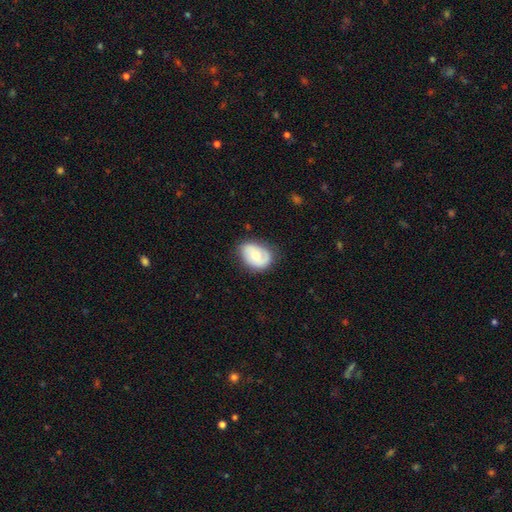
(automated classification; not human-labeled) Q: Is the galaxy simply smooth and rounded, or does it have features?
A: smooth — 51%.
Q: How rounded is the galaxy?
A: in between — 73%.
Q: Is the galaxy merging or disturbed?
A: none — 71%.